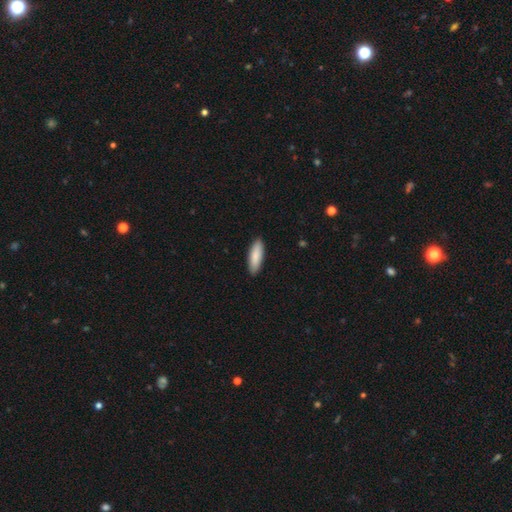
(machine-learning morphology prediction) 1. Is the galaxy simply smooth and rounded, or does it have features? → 87% smooth, 8% featured or disk, 5% star or artifact.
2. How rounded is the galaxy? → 53% in between, 45% cigar-shaped, 2% round.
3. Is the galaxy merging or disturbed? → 90% none, 8% minor disturbance, 2% major disturbance, 1% merger.